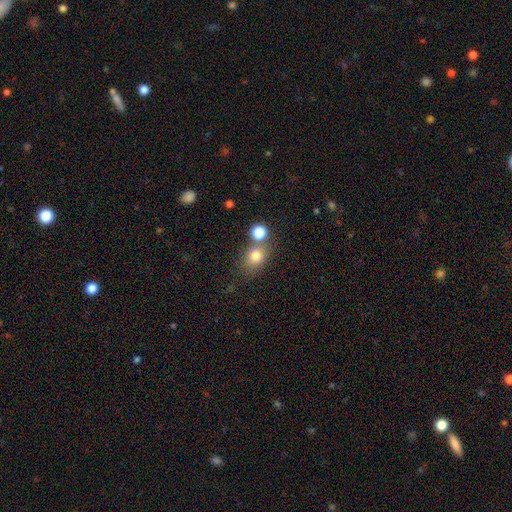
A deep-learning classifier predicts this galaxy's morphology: Smooth or featured: smooth — 78% (star or artifact — 12%)
How rounded: round — 58% (in between — 41%)
Merging: none — 56% (merger — 28%)